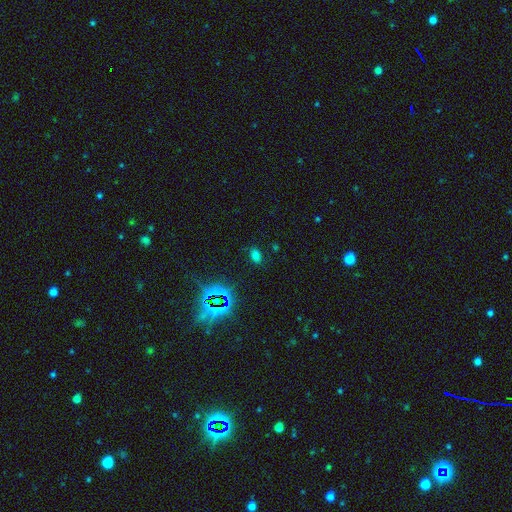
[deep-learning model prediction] Morphology: type=smooth (58%); roundness=in between (85%); merging=none (84%).